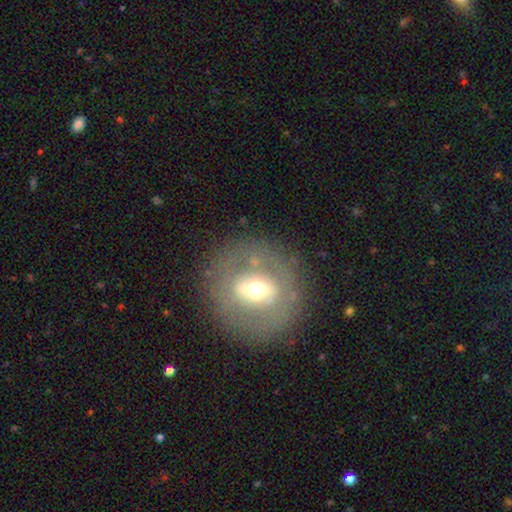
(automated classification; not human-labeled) smooth-or-featured: featured or disk: 49% | smooth: 41% | star or artifact: 10%
  merging: none: 83% | minor disturbance: 10% | major disturbance: 5% | merger: 2%